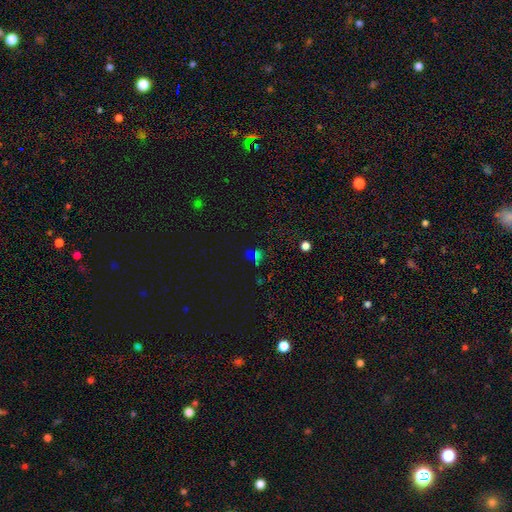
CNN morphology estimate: Smooth or featured? Predicted: star or artifact (p=0.57).